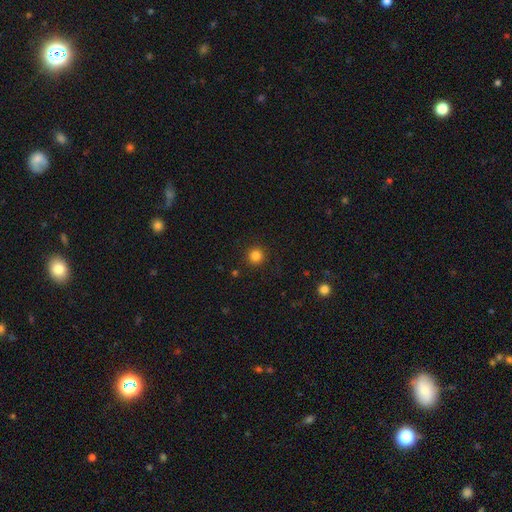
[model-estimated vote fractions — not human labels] smooth 83%, star or artifact 13%, featured or disk 4%. Down the decision tree: how rounded — round (95%); merging — none (91%).